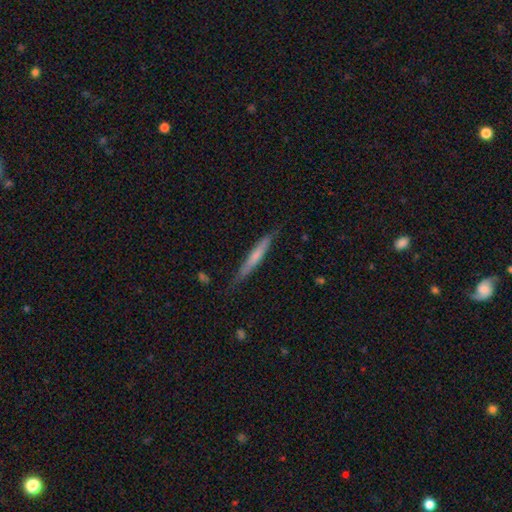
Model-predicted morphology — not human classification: smooth 53%, featured or disk 42%, star or artifact 6%. Down the decision tree: how rounded — cigar-shaped (95%); merging — none (80%).